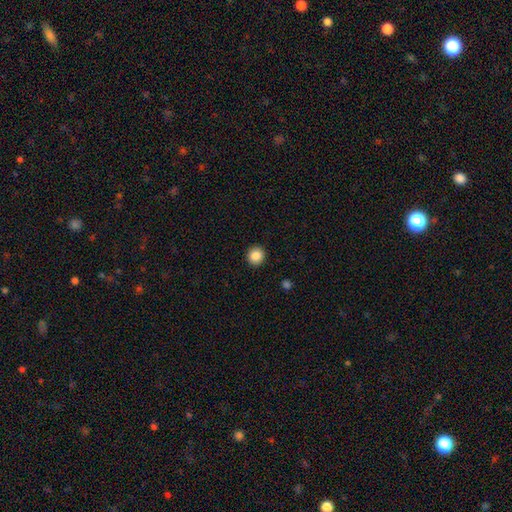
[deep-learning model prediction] smooth_or_featured: smooth (p=0.87) [alt: star or artifact p=0.09]
how_rounded: round (p=0.94) [alt: in between p=0.05]
merging: none (p=0.93) [alt: minor disturbance p=0.04]